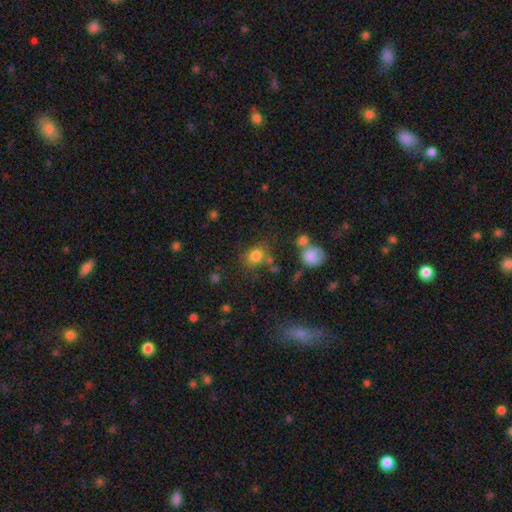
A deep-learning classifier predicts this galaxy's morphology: This appears to be a smooth galaxy with no disk features (79%) that is round (69%). Merging: none (65%).